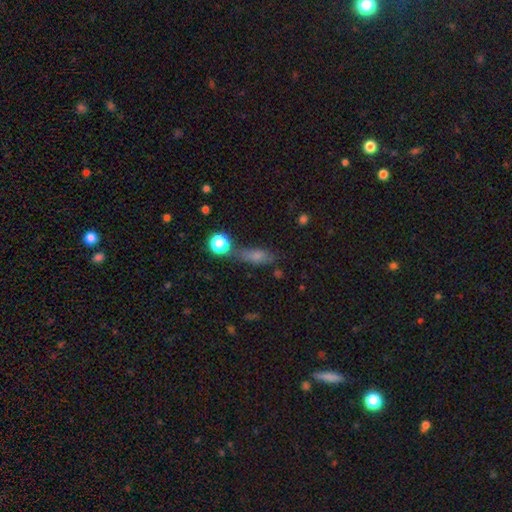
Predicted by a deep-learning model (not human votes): smooth-or-featured: smooth: 68% | star or artifact: 16% | featured or disk: 16%
  how-rounded: in between: 56% | cigar-shaped: 32% | round: 12%
  merging: none: 53% | minor disturbance: 22% | merger: 13% | major disturbance: 12%